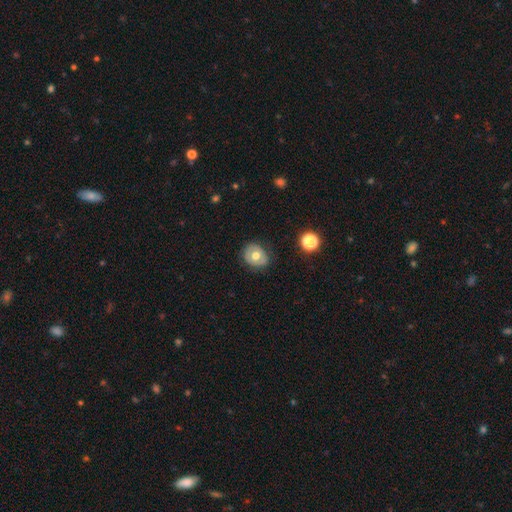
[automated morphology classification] Smooth or featured: smooth — 59% (featured or disk — 33%)
How rounded: round — 64% (in between — 36%)
Merging: none — 81% (minor disturbance — 14%)